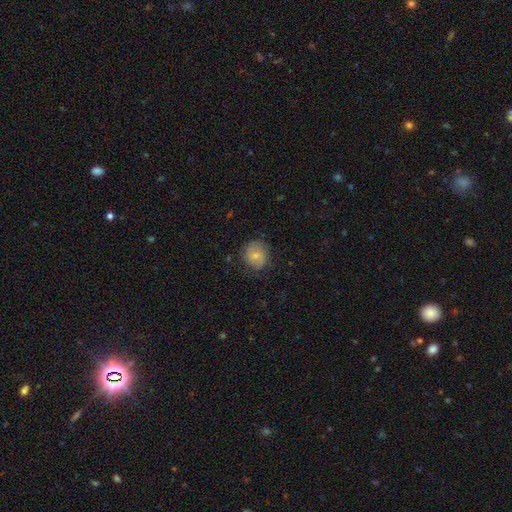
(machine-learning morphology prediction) Q: Smooth or featured?
A: smooth (62%); runner-up: featured or disk (30%)
Q: How rounded?
A: round (82%); runner-up: in between (17%)
Q: Merging?
A: none (74%); runner-up: minor disturbance (19%)